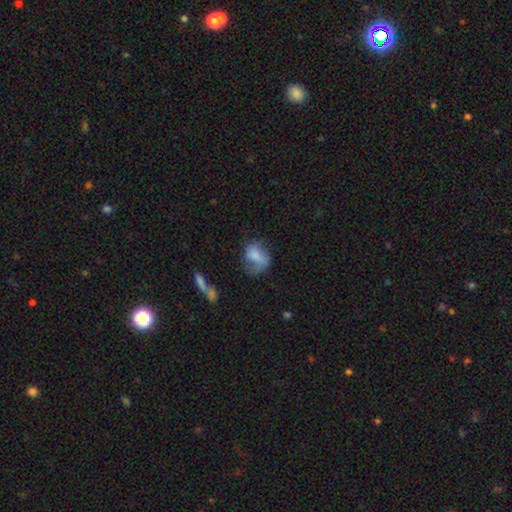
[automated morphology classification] This is likely a smooth galaxy (62%). How rounded: likely in between (62%). Merging: marginally none (36%).